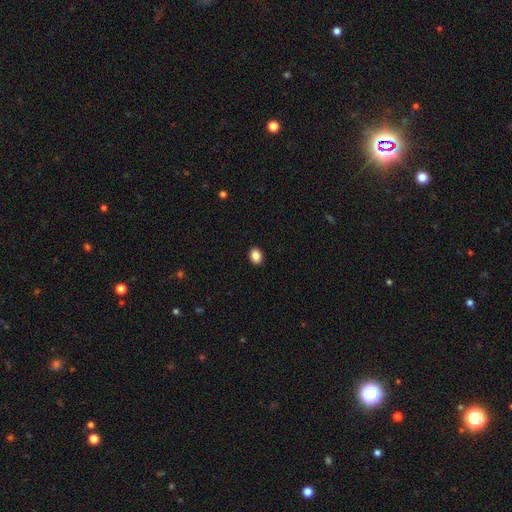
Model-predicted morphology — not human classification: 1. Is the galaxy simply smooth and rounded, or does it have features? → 87% smooth, 9% star or artifact, 3% featured or disk.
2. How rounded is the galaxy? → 59% in between, 40% round, 1% cigar-shaped.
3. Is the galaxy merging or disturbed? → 91% none, 6% minor disturbance, 2% major disturbance, 1% merger.